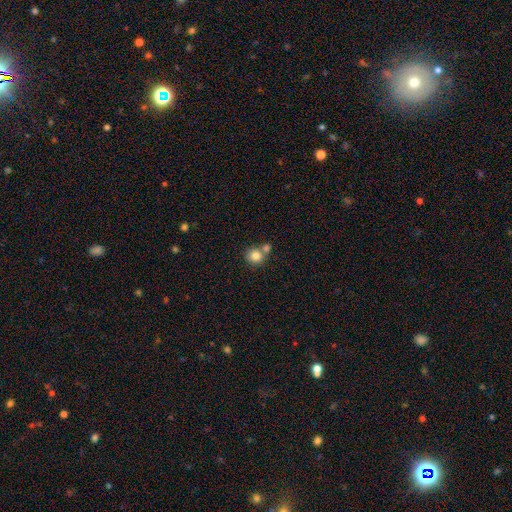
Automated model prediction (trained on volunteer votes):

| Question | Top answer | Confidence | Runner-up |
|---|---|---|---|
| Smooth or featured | smooth | 82% | star or artifact (10%) |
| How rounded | round | 88% | in between (11%) |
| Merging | none | 53% | merger (36%) |